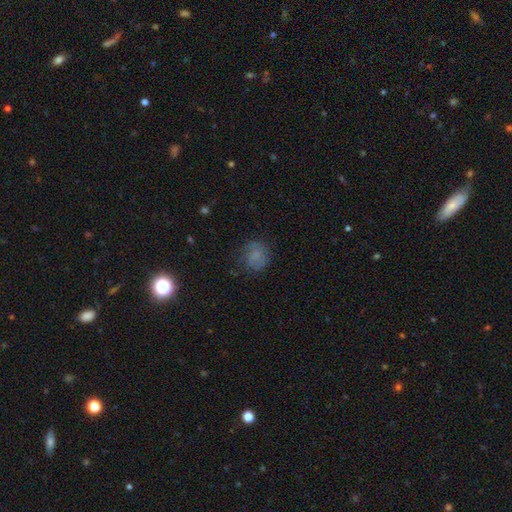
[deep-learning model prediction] Q: Smooth or featured?
A: smooth (66%); runner-up: featured or disk (19%)
Q: How rounded?
A: round (80%); runner-up: in between (19%)
Q: Merging?
A: none (68%); runner-up: minor disturbance (21%)